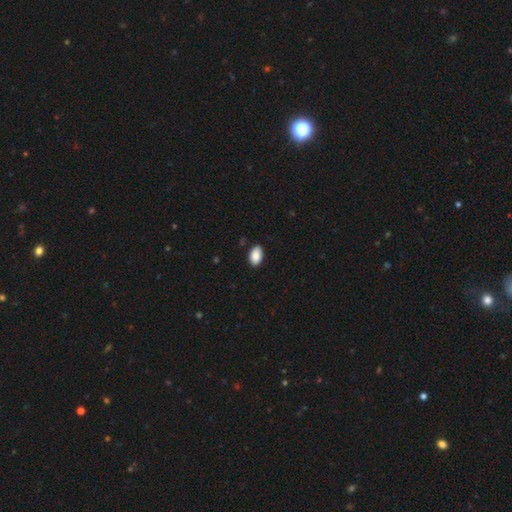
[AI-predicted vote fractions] Q: Smooth or featured?
A: smooth (89%); runner-up: star or artifact (7%)
Q: How rounded?
A: in between (93%); runner-up: round (6%)
Q: Merging?
A: none (88%); runner-up: minor disturbance (9%)